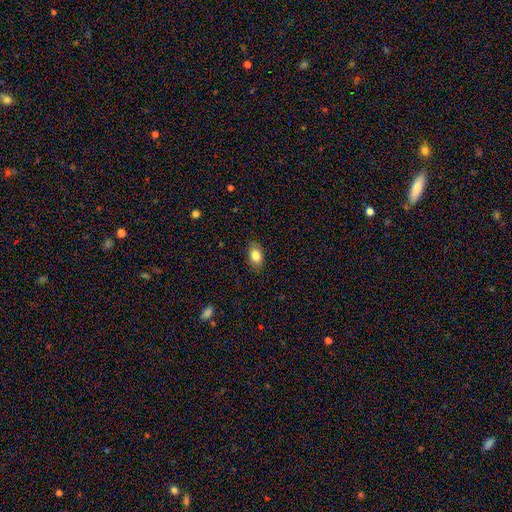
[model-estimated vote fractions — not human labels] smooth 83%, featured or disk 10%, star or artifact 8%. Down the decision tree: how rounded — in between (87%); merging — none (85%).